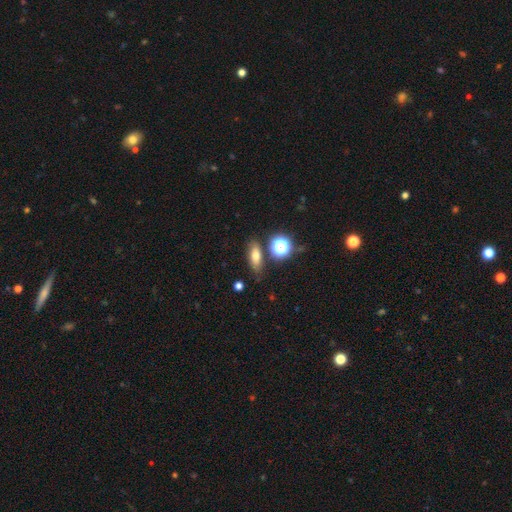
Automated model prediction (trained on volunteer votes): Overall: smooth (66%). How rounded: in between (61%; cigar-shaped 25%). Merging: none (76%).